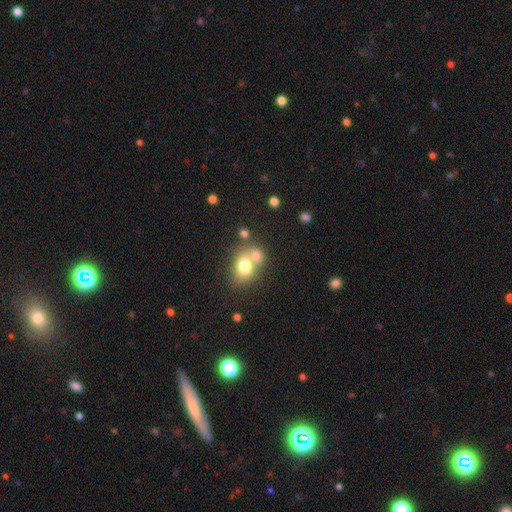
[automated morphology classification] This is likely a smooth galaxy (73%). How rounded: possibly in between (53%). Merging: possibly merger (52%).